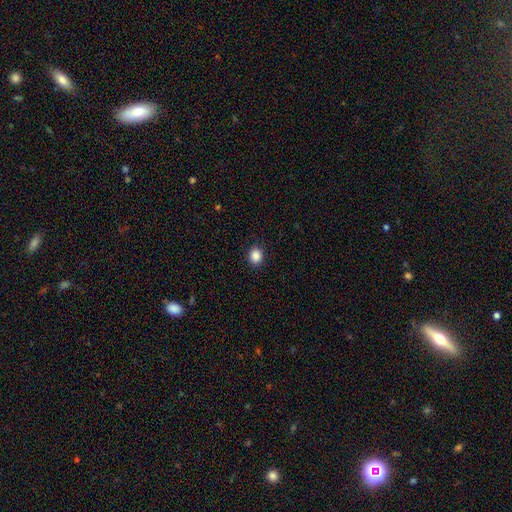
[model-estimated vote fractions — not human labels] Morphology: type=smooth (88%); roundness=round (67%); merging=none (91%).